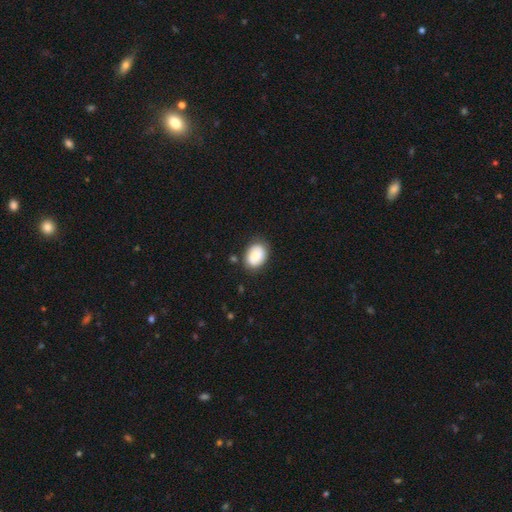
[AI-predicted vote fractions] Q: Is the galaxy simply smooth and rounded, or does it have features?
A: smooth — 79%.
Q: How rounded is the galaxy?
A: in between — 66%.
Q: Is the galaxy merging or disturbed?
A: none — 80%.